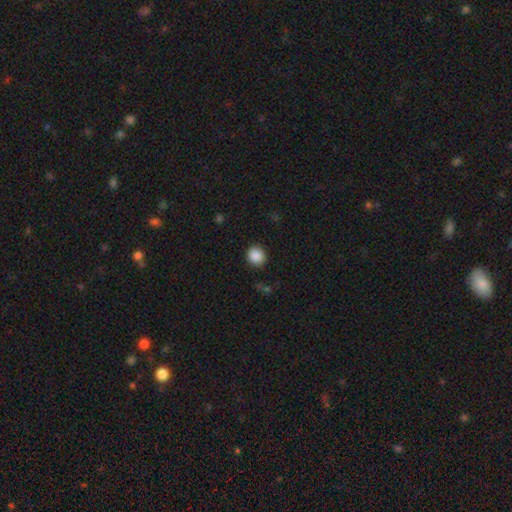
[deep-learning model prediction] Smooth or featured? smooth (88%)
How rounded? round (82%)
Merging? none (90%)